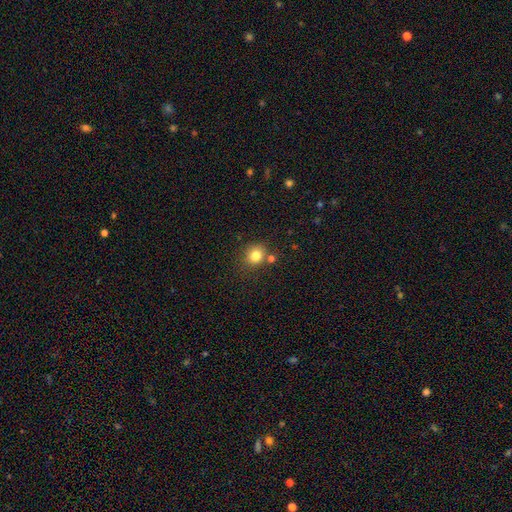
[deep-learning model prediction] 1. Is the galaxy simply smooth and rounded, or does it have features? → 81% smooth, 12% star or artifact, 7% featured or disk.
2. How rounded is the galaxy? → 80% round, 19% in between, 1% cigar-shaped.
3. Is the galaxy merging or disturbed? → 73% none, 12% merger, 11% minor disturbance, 4% major disturbance.